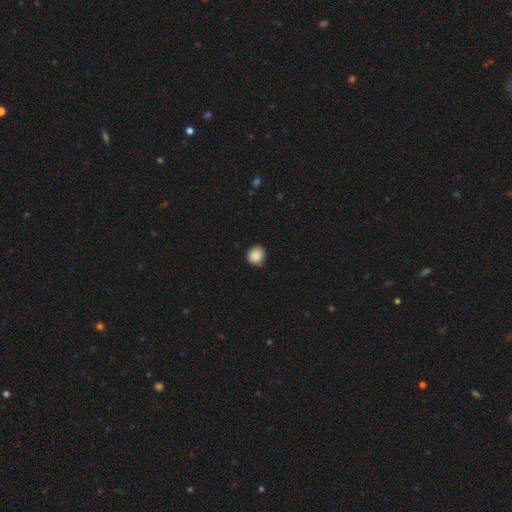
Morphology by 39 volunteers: smooth-or-featured: smooth: 90% | star or artifact: 10% | featured or disk: 0%
  how-rounded: round: 69% | in between: 29% | cigar-shaped: 3%
  merging: none: 83% | minor disturbance: 17% | major disturbance: 0% | merger: 0%